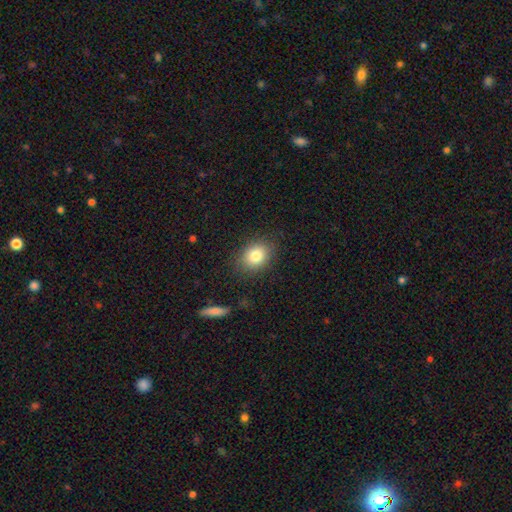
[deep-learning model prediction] smooth_or_featured: smooth (p=0.82) [alt: star or artifact p=0.09]
how_rounded: in between (p=0.59) [alt: round p=0.40]
merging: none (p=0.84) [alt: minor disturbance p=0.11]